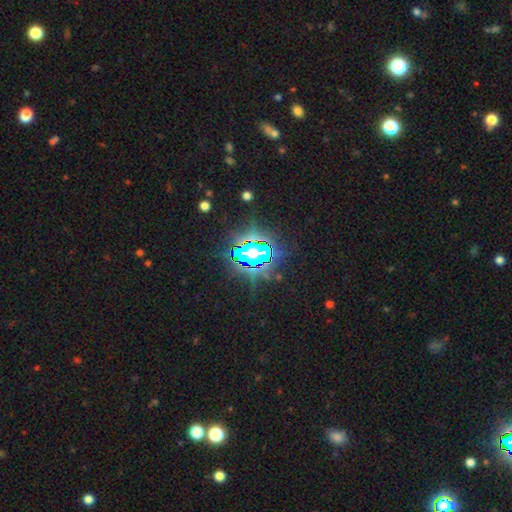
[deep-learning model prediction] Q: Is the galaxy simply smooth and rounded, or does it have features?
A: star or artifact — 80%.